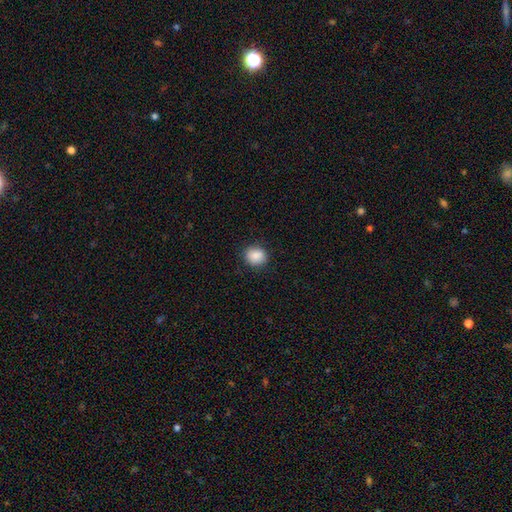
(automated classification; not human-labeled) The model was most divided on "how rounded": round: 69%, in between: 30%, cigar-shaped: 1%. More confident: smooth or featured — smooth (88%); merging — none (87%).